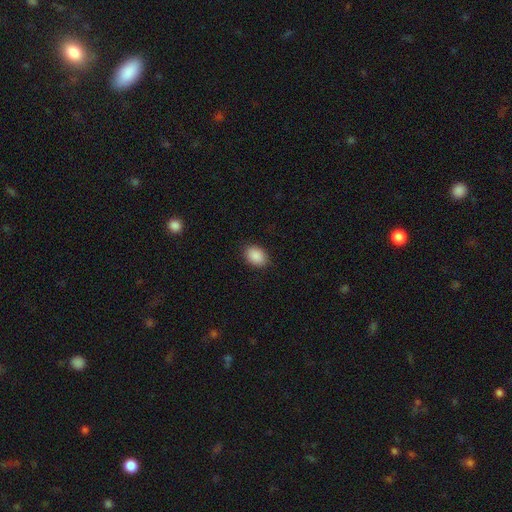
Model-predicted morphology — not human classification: A smooth galaxy with no disk features (90%) that is in between round and cigar-shaped (79%). Merging: none (88%).